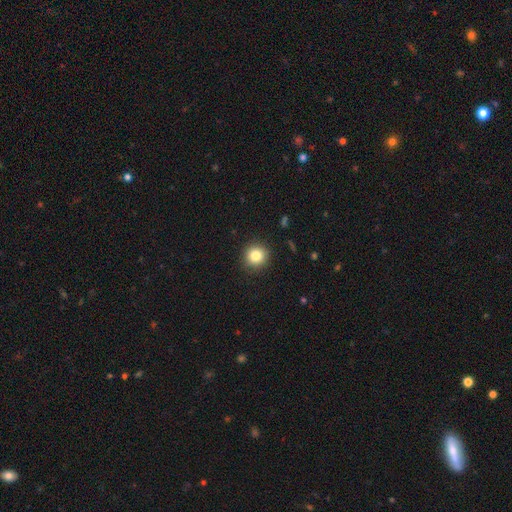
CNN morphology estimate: Overall: smooth (83%). How rounded: round (93%). Merging: none (90%).